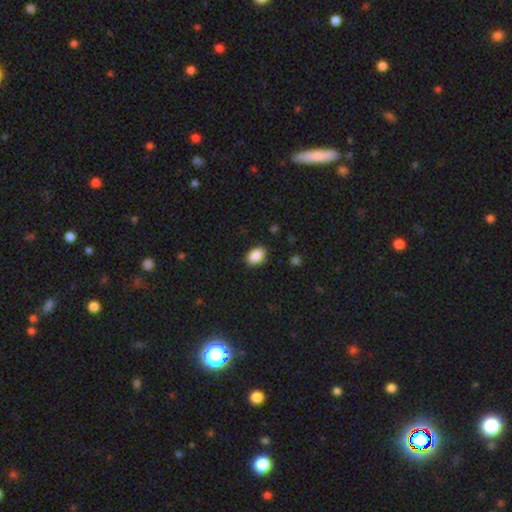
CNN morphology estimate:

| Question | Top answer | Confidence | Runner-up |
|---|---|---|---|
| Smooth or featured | smooth | 88% | star or artifact (8%) |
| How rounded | in between | 88% | round (11%) |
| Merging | none | 88% | minor disturbance (9%) |